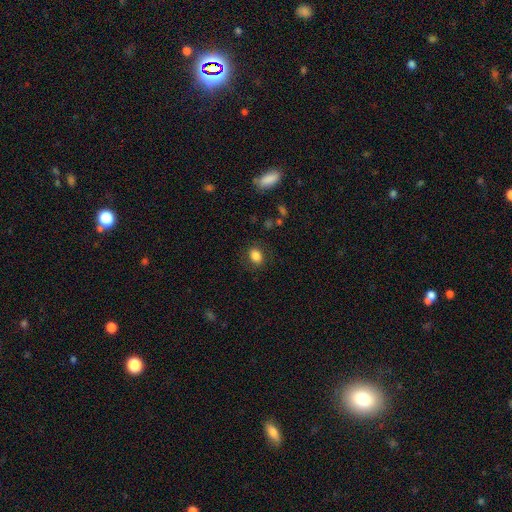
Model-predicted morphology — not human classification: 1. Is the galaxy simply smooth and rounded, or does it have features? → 84% smooth, 10% star or artifact, 6% featured or disk.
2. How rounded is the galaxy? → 63% in between, 35% round, 1% cigar-shaped.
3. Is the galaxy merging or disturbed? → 82% none, 13% minor disturbance, 5% major disturbance, 1% merger.